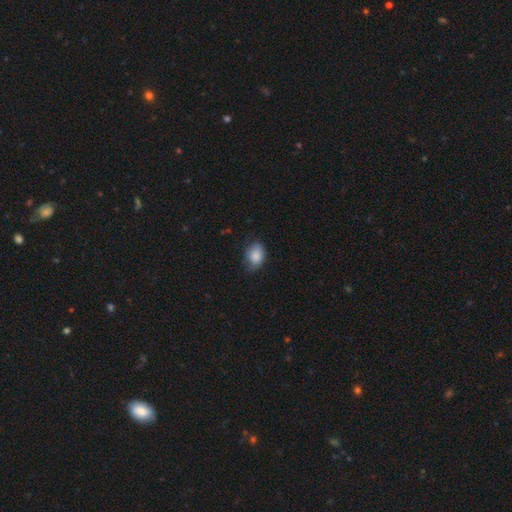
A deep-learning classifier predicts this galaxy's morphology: smooth-or-featured: smooth: 85% | featured or disk: 8% | star or artifact: 8%
  how-rounded: in between: 73% | round: 25% | cigar-shaped: 1%
  merging: none: 64% | minor disturbance: 28% | major disturbance: 6% | merger: 1%